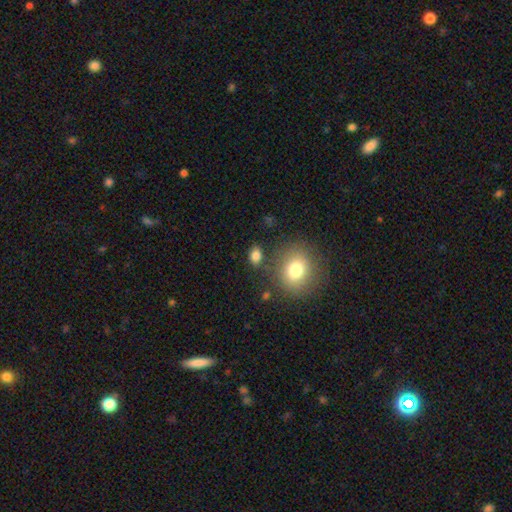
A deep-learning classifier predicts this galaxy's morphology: Overall: smooth (82%). How rounded: in between (75%). Merging: none (76%).